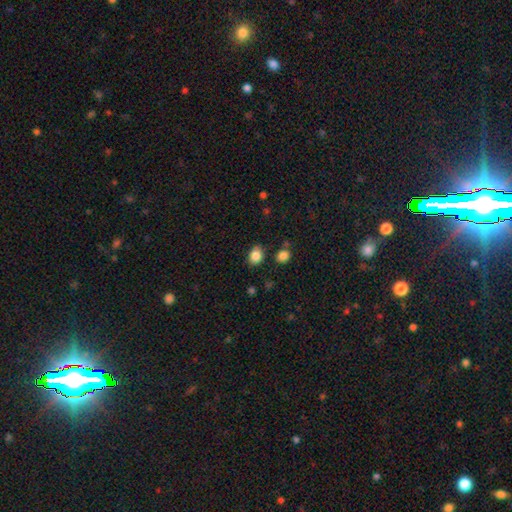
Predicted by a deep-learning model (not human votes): Q: Smooth or featured?
A: smooth (85%); runner-up: star or artifact (10%)
Q: How rounded?
A: in between (51%); runner-up: round (48%)
Q: Merging?
A: none (80%); runner-up: minor disturbance (13%)